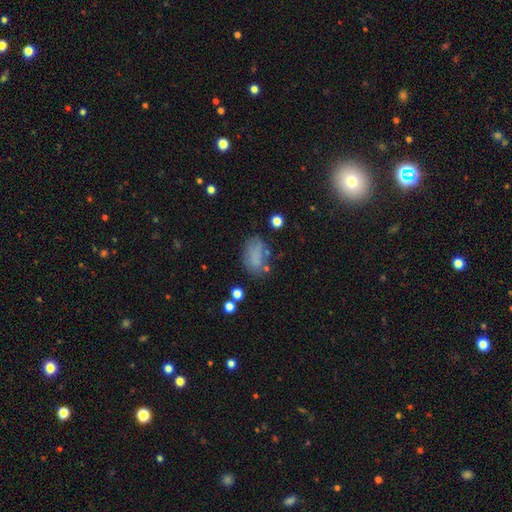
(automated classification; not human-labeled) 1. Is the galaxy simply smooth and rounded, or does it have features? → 70% smooth, 17% featured or disk, 13% star or artifact.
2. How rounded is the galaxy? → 86% in between, 12% round, 2% cigar-shaped.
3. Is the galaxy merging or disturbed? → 54% none, 24% minor disturbance, 14% major disturbance, 7% merger.